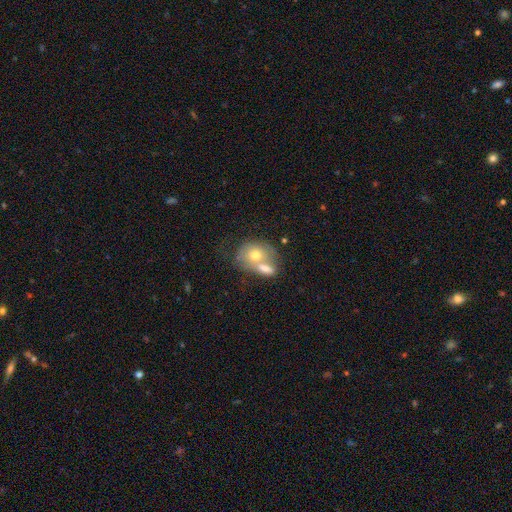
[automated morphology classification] Smooth or featured?
  - smooth: 61% *
  - featured or disk: 31%
  - star or artifact: 8%
How rounded?
  - in between: 53% *
  - round: 45%
  - cigar-shaped: 2%
Merging?
  - merger: 64% *
  - none: 21%
  - minor disturbance: 9%
  - major disturbance: 6%